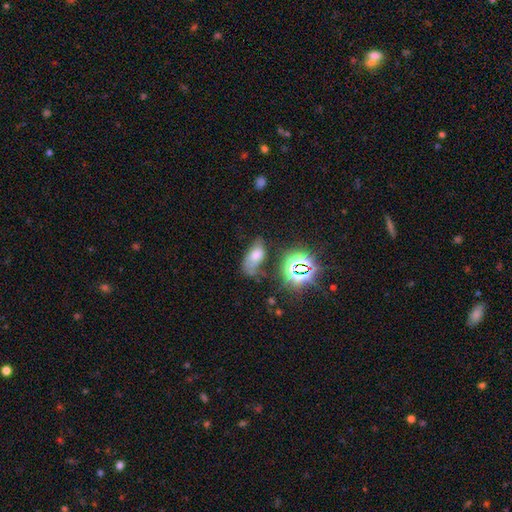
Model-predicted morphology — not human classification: smooth_or_featured: smooth (p=0.57) [alt: star or artifact p=0.23]
how_rounded: in between (p=0.88) [alt: round p=0.06]
merging: none (p=0.40) [alt: minor disturbance p=0.29]